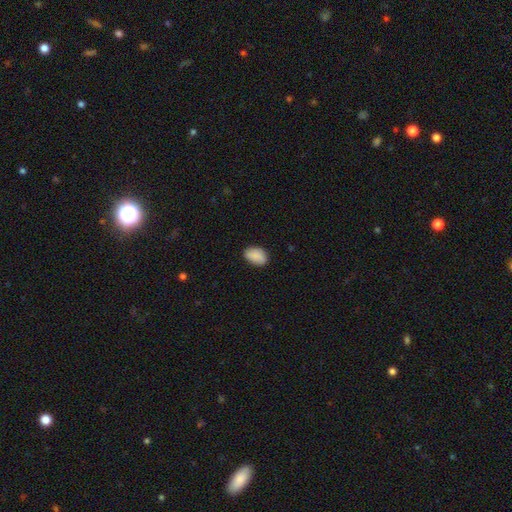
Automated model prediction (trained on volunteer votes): Smooth or featured?
  - smooth: 88% *
  - star or artifact: 7%
  - featured or disk: 5%
How rounded?
  - in between: 86% *
  - round: 13%
  - cigar-shaped: 1%
Merging?
  - none: 83% *
  - minor disturbance: 14%
  - major disturbance: 2%
  - merger: 1%